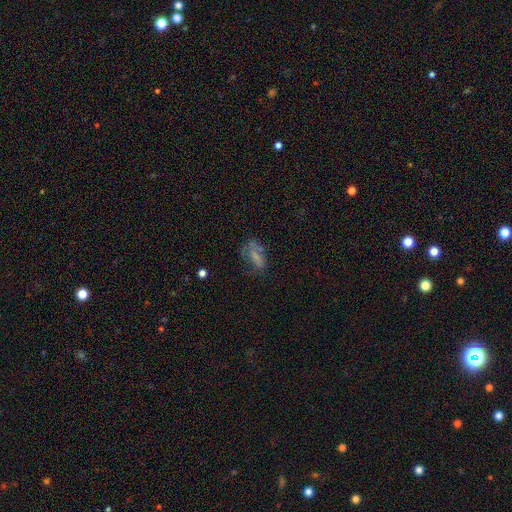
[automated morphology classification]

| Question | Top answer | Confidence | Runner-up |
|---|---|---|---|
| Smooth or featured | smooth | 52% | featured or disk (32%) |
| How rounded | in between | 76% | cigar-shaped (18%) |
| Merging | none | 38% | major disturbance (30%) |